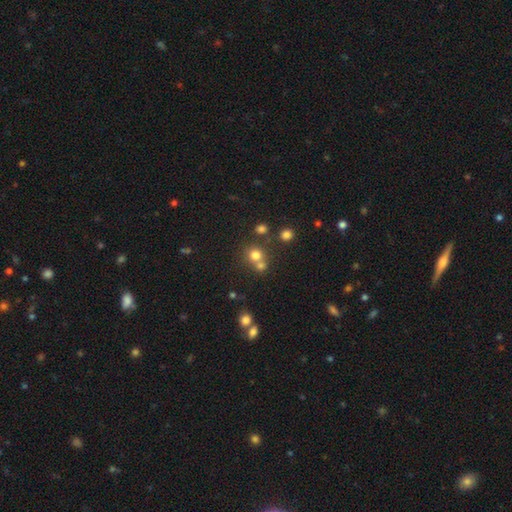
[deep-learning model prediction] Overall: smooth (72%). How rounded: round (85%). Merging: none (52%; merger 38%).